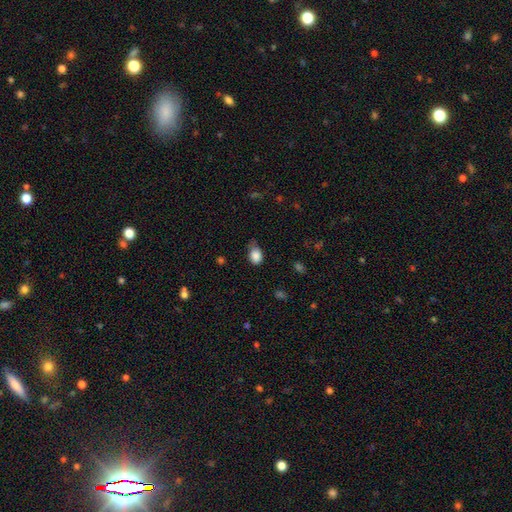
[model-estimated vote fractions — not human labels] Q: Smooth or featured?
A: smooth (86%); runner-up: star or artifact (9%)
Q: How rounded?
A: in between (71%); runner-up: round (28%)
Q: Merging?
A: minor disturbance (44%); runner-up: none (41%)